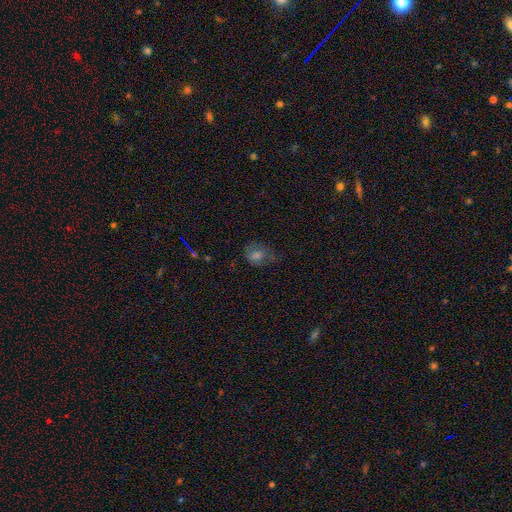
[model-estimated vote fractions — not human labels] Overall: smooth (59%; star or artifact 23%). How rounded: round (56%; in between 43%). Merging: none (55%; minor disturbance 28%).